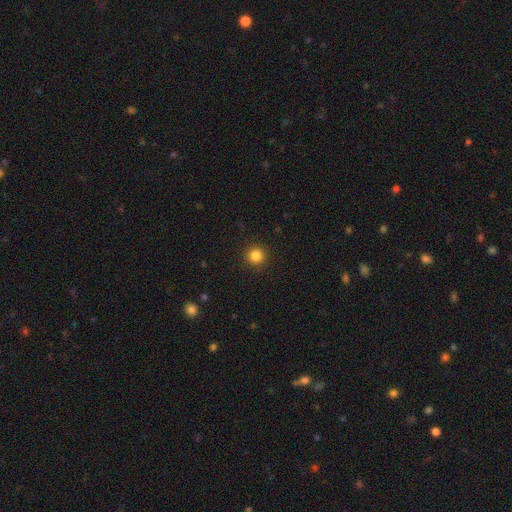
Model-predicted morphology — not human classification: A smooth galaxy with no disk features (85%) that is round (95%). Merging: none (92%).